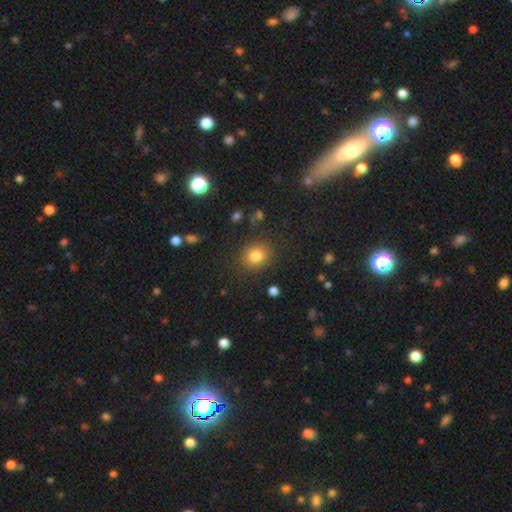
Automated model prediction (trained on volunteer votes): Smooth or featured? Predicted: smooth (p=0.81). How rounded? Predicted: round (p=0.73). Merging? Predicted: none (p=0.86).